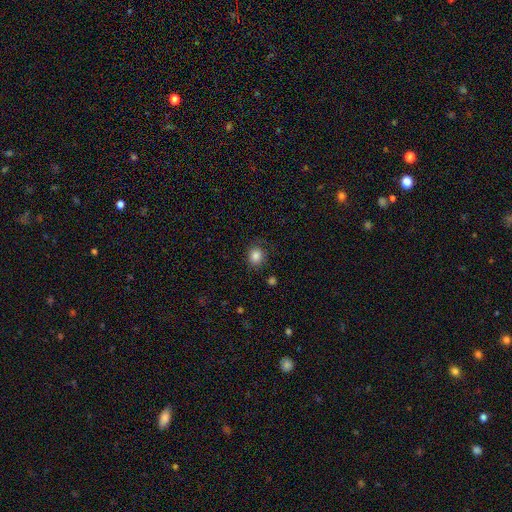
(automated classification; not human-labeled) Morphology: type=smooth (84%); roundness=round (76%); merging=none (82%).